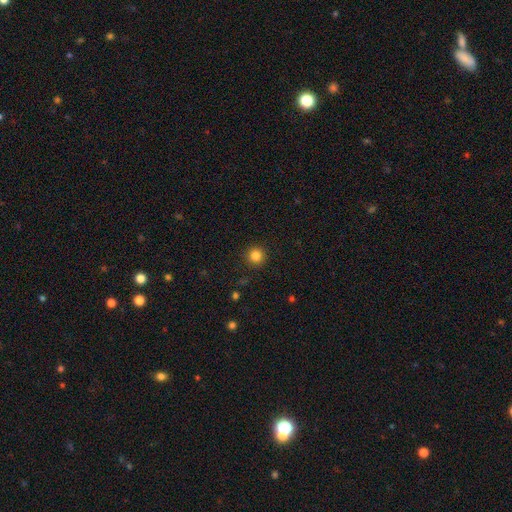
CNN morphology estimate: This appears to be a smooth galaxy with no disk features (84%) that is round (95%). Merging: none (92%).